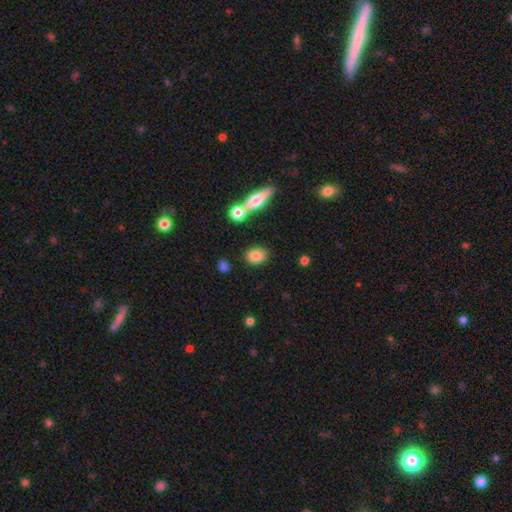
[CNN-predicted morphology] Smooth or featured? Predicted: smooth (p=0.82). How rounded? Predicted: in between (p=0.62). Merging? Predicted: none (p=0.81).